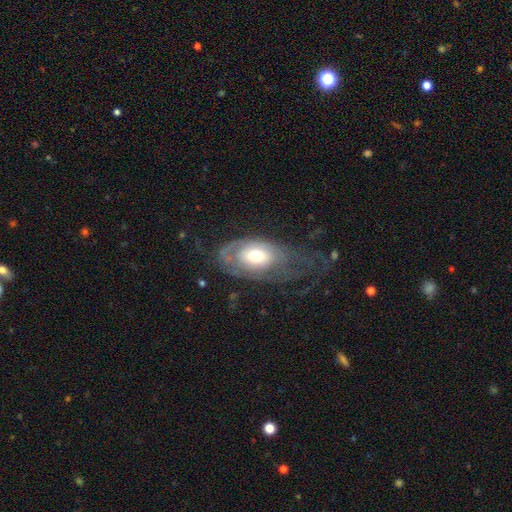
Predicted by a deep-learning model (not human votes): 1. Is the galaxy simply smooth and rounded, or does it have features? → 59% featured or disk, 35% smooth, 7% star or artifact.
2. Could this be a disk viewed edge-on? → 90% no, 10% yes.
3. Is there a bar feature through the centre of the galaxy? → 76% no, 20% weak, 5% strong.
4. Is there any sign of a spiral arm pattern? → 63% yes, 37% no.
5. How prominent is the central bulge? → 61% moderate, 20% large, 16% small, 2% dominant, 1% none.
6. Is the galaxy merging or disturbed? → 38% none, 35% major disturbance, 25% minor disturbance, 2% merger.